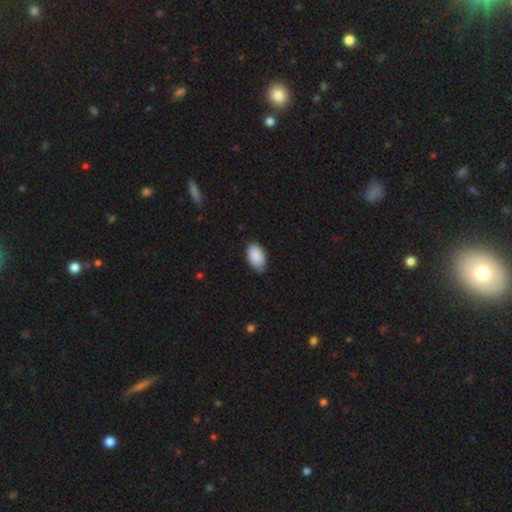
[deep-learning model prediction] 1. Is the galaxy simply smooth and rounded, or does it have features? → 90% smooth, 6% star or artifact, 4% featured or disk.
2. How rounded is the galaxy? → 94% in between, 5% round, 1% cigar-shaped.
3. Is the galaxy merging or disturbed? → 72% none, 24% minor disturbance, 3% major disturbance, 1% merger.